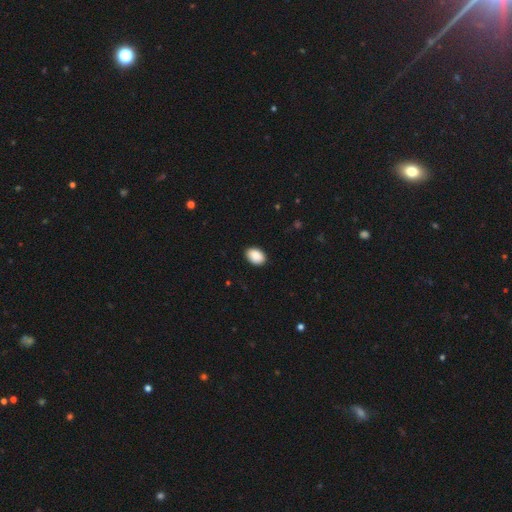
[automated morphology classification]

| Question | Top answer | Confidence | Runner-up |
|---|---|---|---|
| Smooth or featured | smooth | 90% | star or artifact (7%) |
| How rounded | in between | 86% | round (12%) |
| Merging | none | 89% | minor disturbance (8%) |